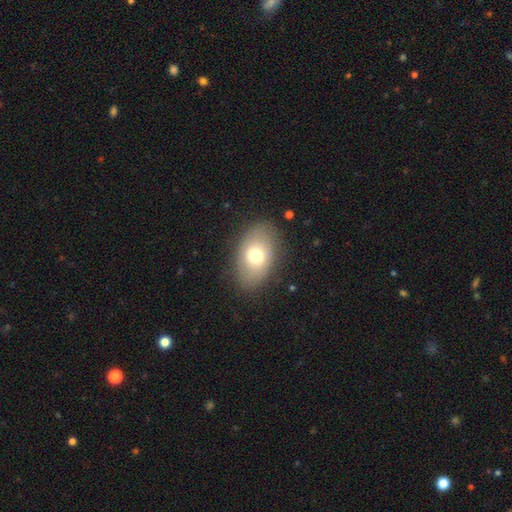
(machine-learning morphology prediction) A smooth galaxy with no disk features (69%) that is in between round and cigar-shaped (86%).

Vote fractions:
- Smooth or featured? smooth: 69% / featured or disk: 23% / star or artifact: 9%
- How rounded? in between: 86% / round: 12% / cigar-shaped: 1%
- Merging? none: 83% / minor disturbance: 12% / major disturbance: 4% / merger: 1%